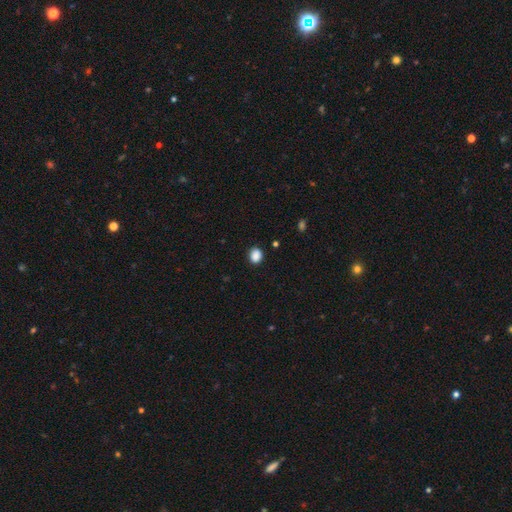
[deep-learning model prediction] smooth_or_featured: smooth (p=0.88) [alt: star or artifact p=0.10]
how_rounded: round (p=0.60) [alt: in between p=0.39]
merging: none (p=0.87) [alt: minor disturbance p=0.09]